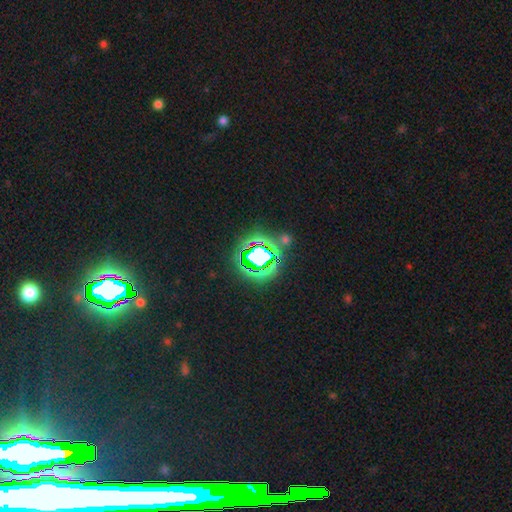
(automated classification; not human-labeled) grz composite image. It shows a star or artifact, not a galaxy (80%).